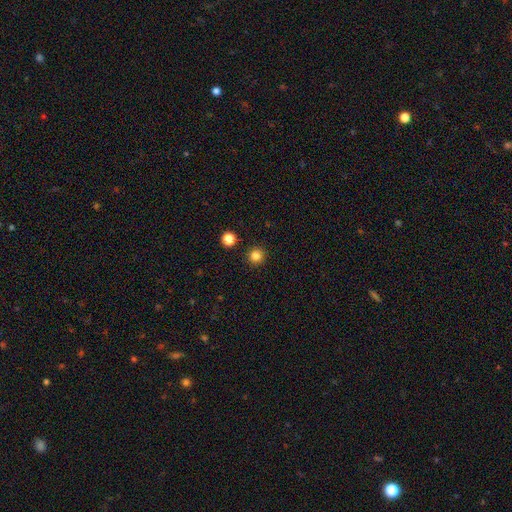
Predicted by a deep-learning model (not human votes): A smooth galaxy with no disk features (84%) that is round (95%).

Vote fractions:
- Smooth or featured? smooth: 84% / star or artifact: 13% / featured or disk: 3%
- How rounded? round: 95% / in between: 4% / cigar-shaped: 1%
- Merging? none: 92% / minor disturbance: 4% / merger: 2% / major disturbance: 2%